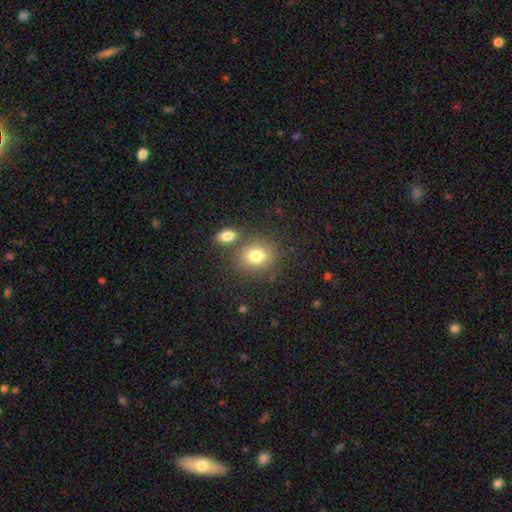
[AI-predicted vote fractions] Smooth or featured: smooth — 79% (star or artifact — 11%)
How rounded: round — 66% (in between — 33%)
Merging: none — 69% (merger — 16%)